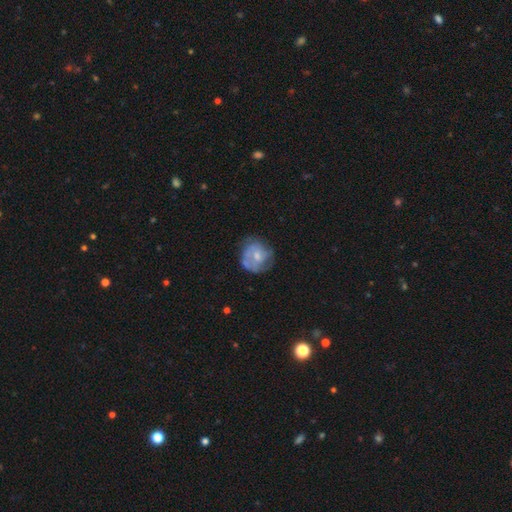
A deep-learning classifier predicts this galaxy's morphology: smooth_or_featured: featured or disk (p=0.51) [alt: smooth p=0.42]
disk_edge_on: no (p=0.98) [alt: yes p=0.02]
bar: no (p=0.73) [alt: weak p=0.23]
has_spiral_arms: no (p=0.51) [alt: yes p=0.49]
bulge_size: moderate (p=0.45) [alt: small p=0.43]
merging: none (p=0.55) [alt: minor disturbance p=0.26]